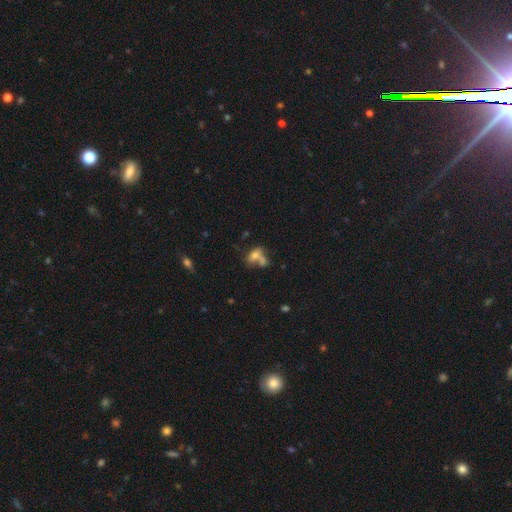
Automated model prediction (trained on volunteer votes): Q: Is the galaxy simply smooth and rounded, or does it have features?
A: smooth — 63%.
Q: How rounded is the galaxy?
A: in between — 75%.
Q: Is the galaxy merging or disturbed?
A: merger — 50%.